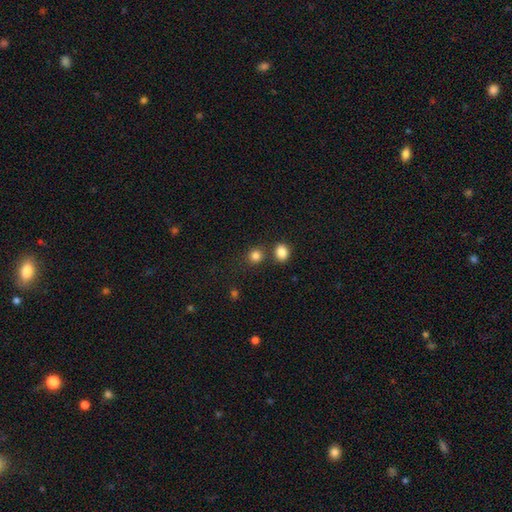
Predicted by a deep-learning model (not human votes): Smooth or featured? smooth (83%)
How rounded? round (83%)
Merging? none (73%)